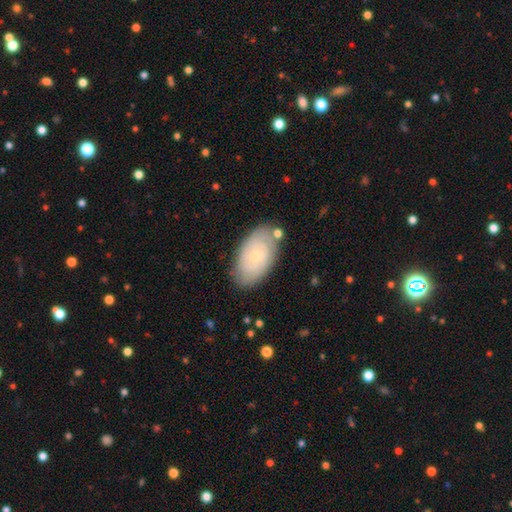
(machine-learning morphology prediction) This appears to be a featured or disk galaxy (59%) with no bar (70%), spiral arms (83%) and a small central bulge (75%). Merging: none (77%).